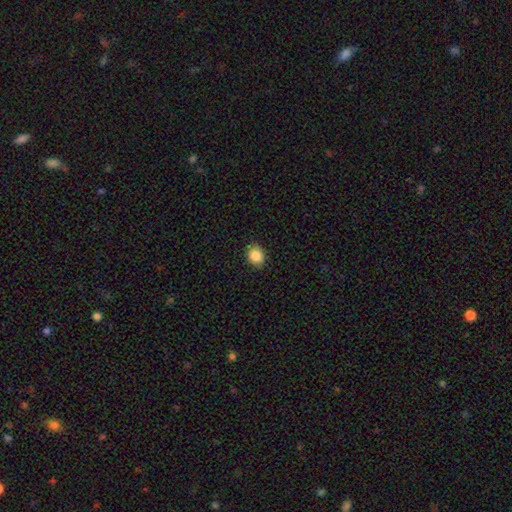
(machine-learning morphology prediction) smooth 87%, star or artifact 9%, featured or disk 4%. Down the decision tree: how rounded — round (54%); merging — none (88%).